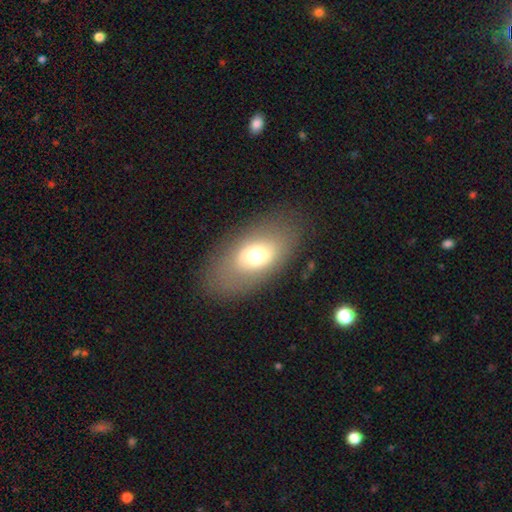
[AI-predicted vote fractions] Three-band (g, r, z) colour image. It shows a smooth galaxy with no disk features (58%) that is in between round and cigar-shaped (86%). Merging: none (79%).